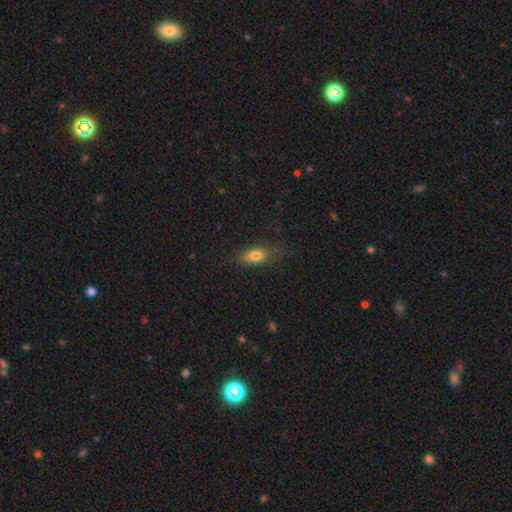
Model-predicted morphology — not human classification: smooth 79%, featured or disk 12%, star or artifact 10%. Down the decision tree: how rounded — in between (83%); merging — none (73%).